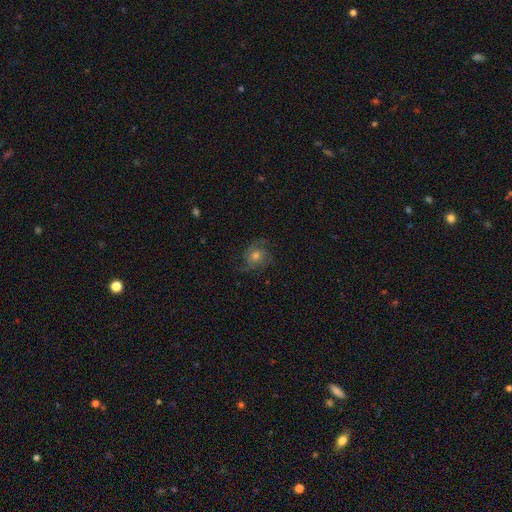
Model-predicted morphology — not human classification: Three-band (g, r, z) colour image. It shows a featured or disk galaxy (53%) with no bar (79%), spiral arms (87%) and a moderate central bulge (63%). Merging: none (70%).